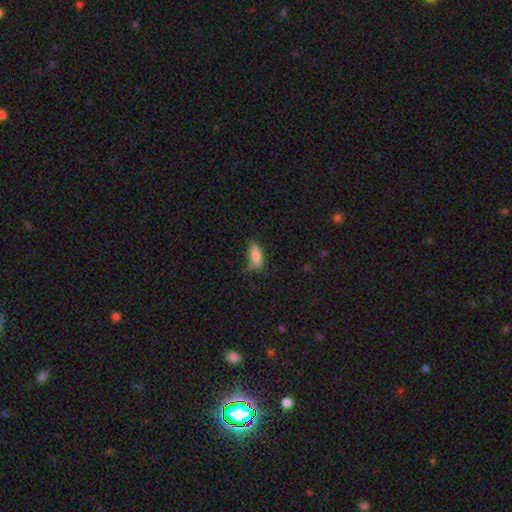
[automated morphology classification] The model was most divided on "merging": none: 54%, minor disturbance: 33%, major disturbance: 10%, merger: 2%. More confident: smooth or featured — smooth (78%); how rounded — in between (76%).